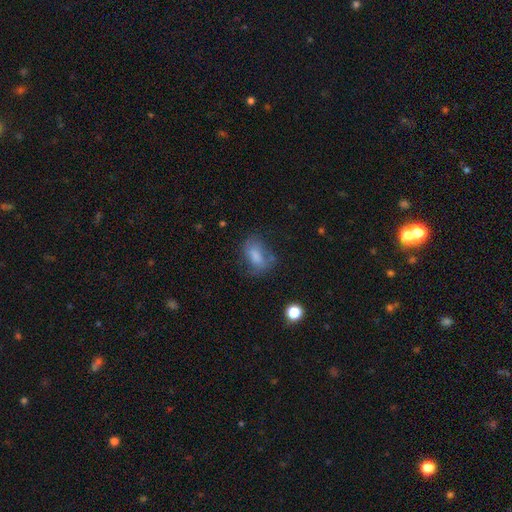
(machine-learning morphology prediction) Smooth or featured: smooth — 66% (featured or disk — 21%)
How rounded: in between — 82% (round — 14%)
Merging: none — 56% (minor disturbance — 26%)